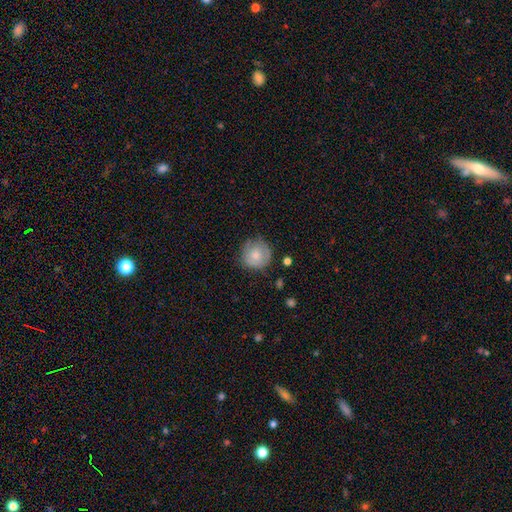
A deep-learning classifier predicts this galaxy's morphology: smooth 73%, featured or disk 20%, star or artifact 7%. Down the decision tree: how rounded — round (92%); merging — none (75%).